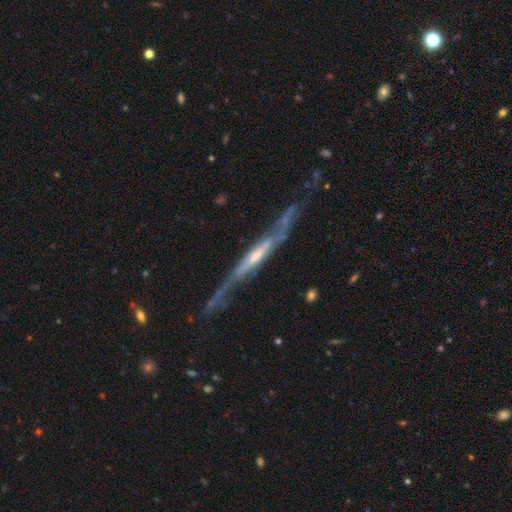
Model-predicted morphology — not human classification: A featured or disk galaxy (83%) viewed edge-on (76%) with no central bulge (38%, tied with rounded).

Vote fractions:
- Smooth or featured? featured or disk: 83% / smooth: 12% / star or artifact: 5%
- Edge-on disk? yes: 76% / no: 24%
- Edge-on bulge? none: 38% (tied) / rounded: 38% (tied) / boxy: 24%
- Merging? none: 52% / minor disturbance: 26% / major disturbance: 17% / merger: 4%